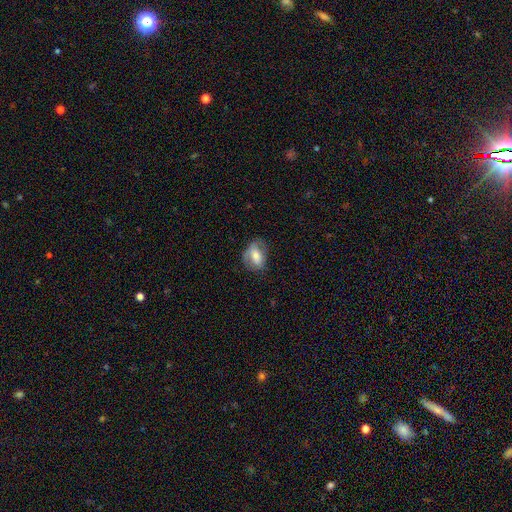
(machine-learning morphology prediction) smooth 59%, featured or disk 33%, star or artifact 8%. Down the decision tree: how rounded — in between (75%); merging — none (59%).